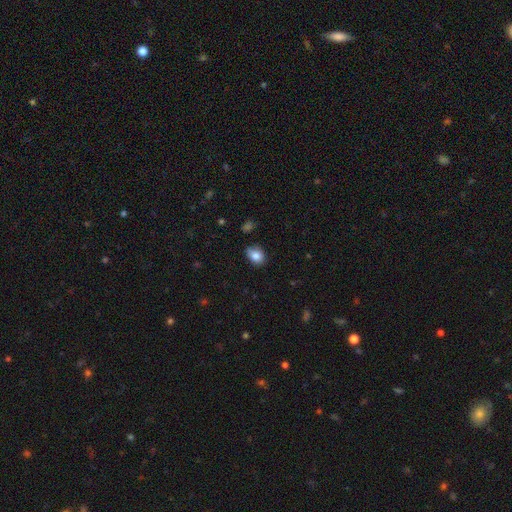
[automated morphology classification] smooth 83%, star or artifact 9%, featured or disk 7%. Down the decision tree: how rounded — in between (66%); merging — none (66%).